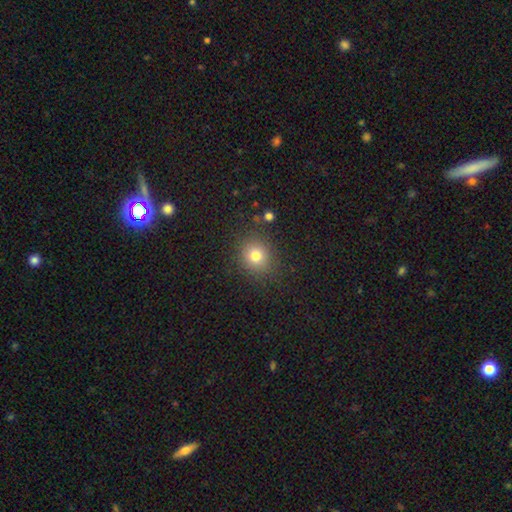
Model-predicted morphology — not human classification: type=smooth (77%); roundness=round (85%); merging=none (87%).